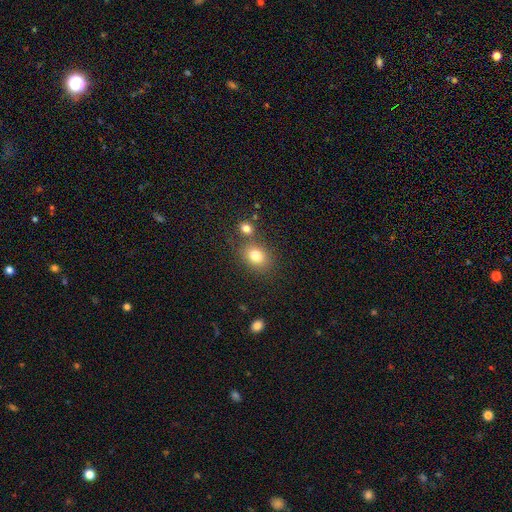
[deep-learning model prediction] smooth_or_featured: smooth (p=0.80) [alt: star or artifact p=0.11]
how_rounded: in between (p=0.55) [alt: round p=0.43]
merging: none (p=0.66) [alt: merger p=0.18]